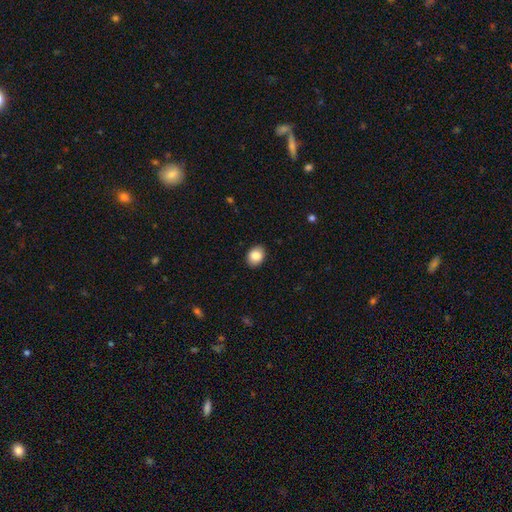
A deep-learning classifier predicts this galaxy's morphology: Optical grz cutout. It shows a smooth galaxy with no disk features (86%) that is in between round and cigar-shaped (65%). Merging: none (89%).